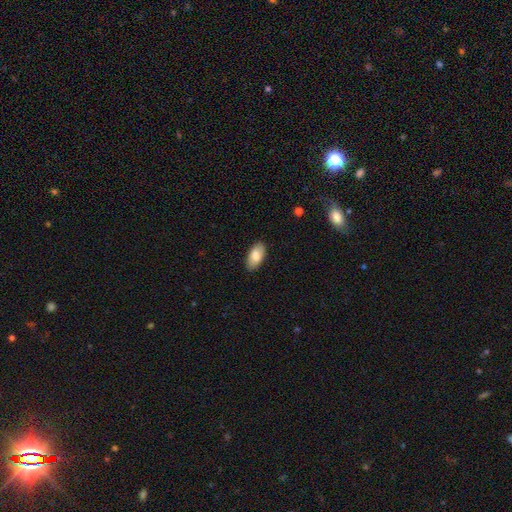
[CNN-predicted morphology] A smooth galaxy with no disk features (81%) that is in between round and cigar-shaped (94%). Merging: none (86%).